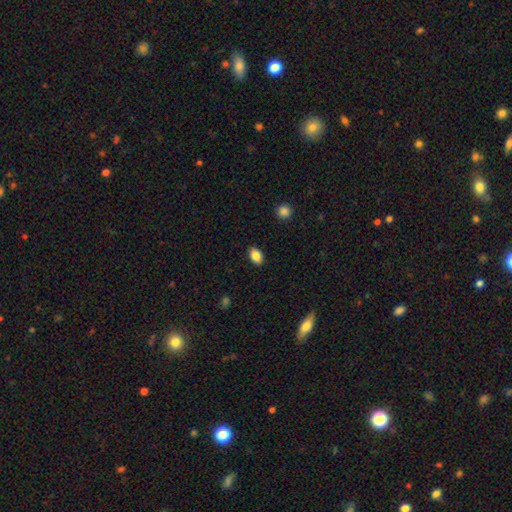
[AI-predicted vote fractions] A smooth galaxy with no disk features (87%) that is in between round and cigar-shaped (88%). Merging: none (89%).